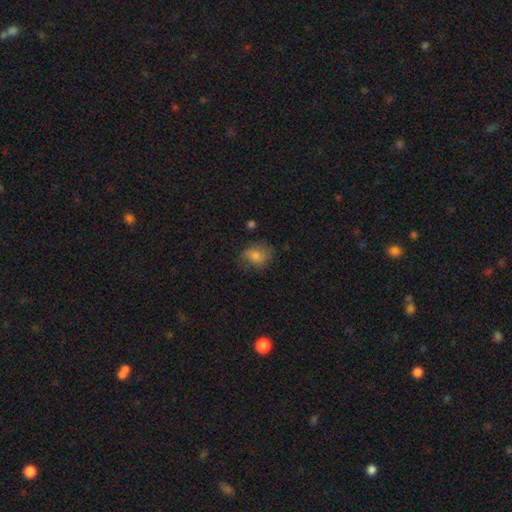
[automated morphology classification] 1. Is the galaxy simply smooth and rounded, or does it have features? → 66% smooth, 22% featured or disk, 12% star or artifact.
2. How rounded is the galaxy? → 52% in between, 47% round, 1% cigar-shaped.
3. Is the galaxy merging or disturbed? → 63% none, 25% minor disturbance, 10% major disturbance, 2% merger.